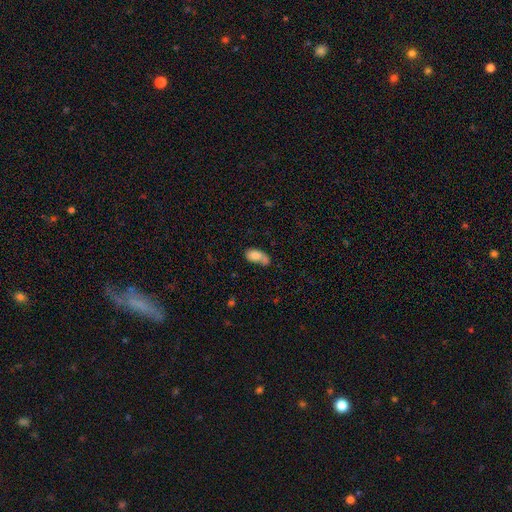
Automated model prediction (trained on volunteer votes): This appears to be a smooth galaxy with no disk features (78%) that is in between round and cigar-shaped (88%). Merging: merger (39%).